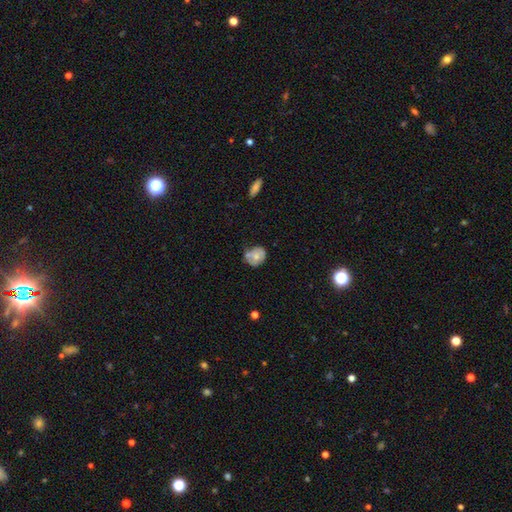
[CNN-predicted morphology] smooth-or-featured: smooth: 60% | featured or disk: 32% | star or artifact: 8%
  how-rounded: round: 56% | in between: 43% | cigar-shaped: 1%
  merging: none: 45% | minor disturbance: 30% | merger: 15% | major disturbance: 9%